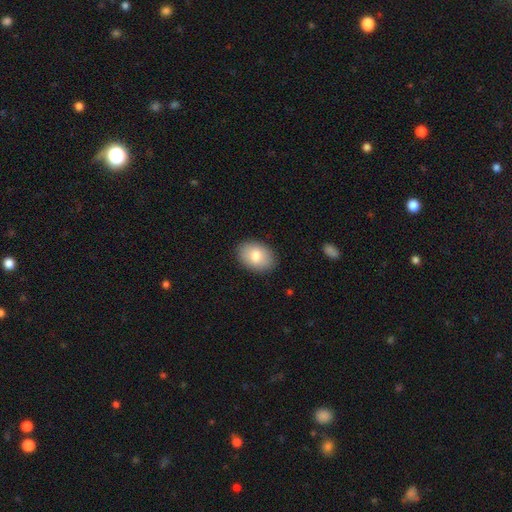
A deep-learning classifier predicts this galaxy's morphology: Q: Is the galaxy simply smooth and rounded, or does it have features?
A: smooth — 80%.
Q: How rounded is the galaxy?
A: in between — 81%.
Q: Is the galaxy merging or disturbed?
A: none — 88%.